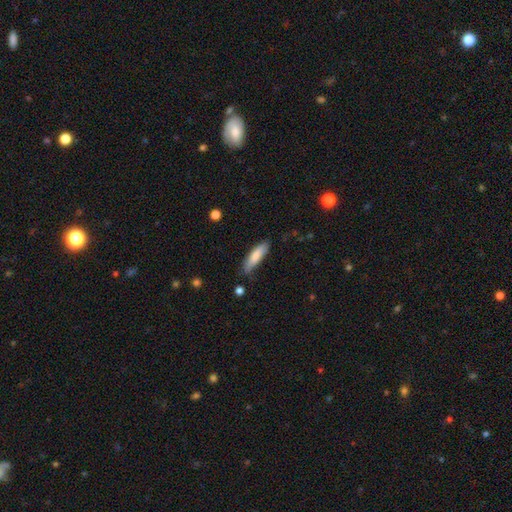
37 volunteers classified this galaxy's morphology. Volunteers were most divided on "how rounded": cigar-shaped: 69%, in between: 31%, round: 0%. More confident: smooth or featured — smooth (78%); merging — none (74%).